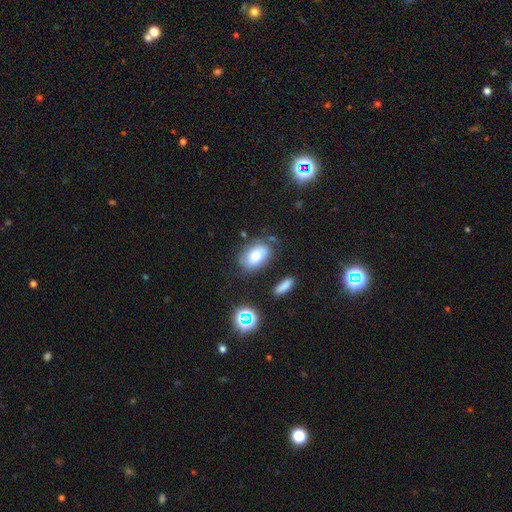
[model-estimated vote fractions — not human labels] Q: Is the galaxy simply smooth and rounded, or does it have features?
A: smooth — 72%.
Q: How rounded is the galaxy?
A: in between — 85%.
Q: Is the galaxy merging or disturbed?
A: none — 68%.